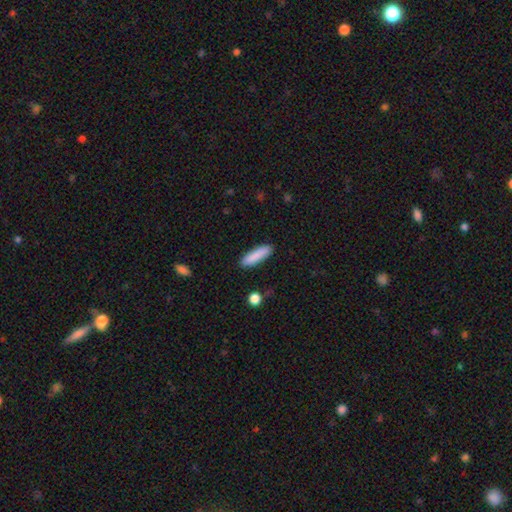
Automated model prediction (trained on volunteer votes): This appears to be a smooth galaxy with no disk features (87%) that is cigar-shaped (69%). Merging: none (88%).